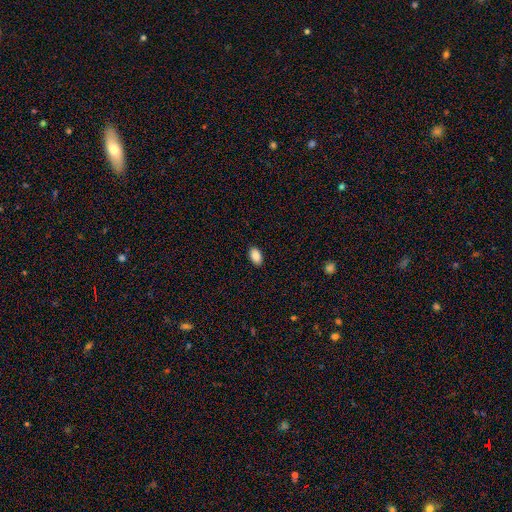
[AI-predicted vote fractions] Morphology: type=smooth (88%); roundness=in between (93%); merging=none (90%).